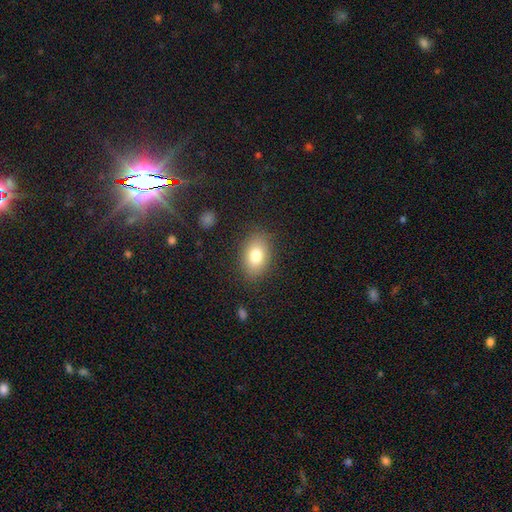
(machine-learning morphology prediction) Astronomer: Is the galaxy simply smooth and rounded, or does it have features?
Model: smooth — 78%.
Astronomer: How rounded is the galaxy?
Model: in between — 84%.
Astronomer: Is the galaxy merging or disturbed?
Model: none — 85%.